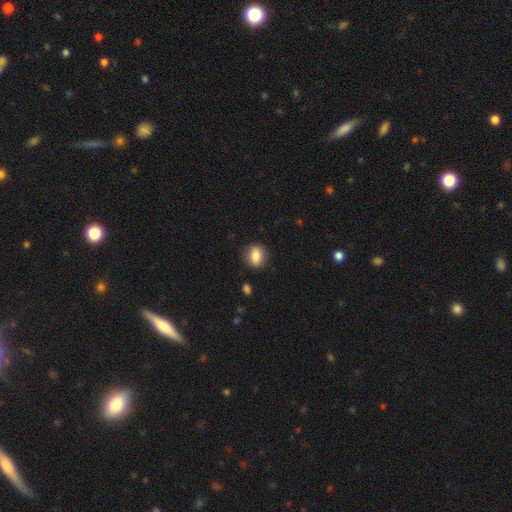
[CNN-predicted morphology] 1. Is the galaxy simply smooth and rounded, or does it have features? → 81% smooth, 10% featured or disk, 8% star or artifact.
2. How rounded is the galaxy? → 50% round, 48% in between, 2% cigar-shaped.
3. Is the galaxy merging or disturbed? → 86% none, 10% minor disturbance, 3% major disturbance, 1% merger.